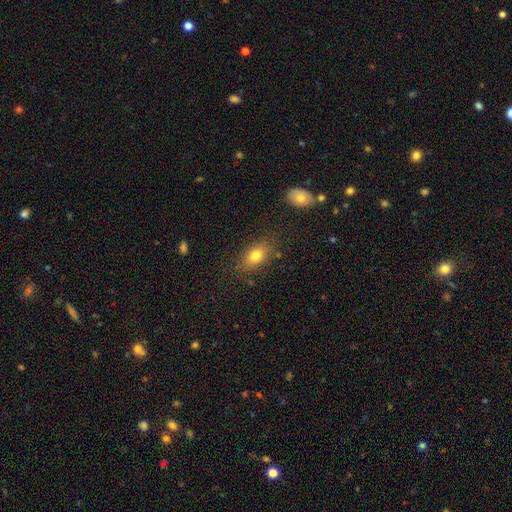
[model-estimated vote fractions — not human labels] The model was most divided on "how rounded": in between: 80%, round: 16%, cigar-shaped: 4%. More confident: merging — none (80%); smooth or featured — smooth (78%).